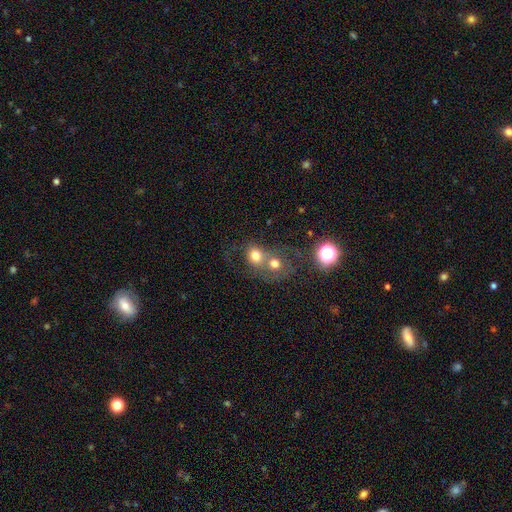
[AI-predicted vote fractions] Q: Smooth or featured?
A: smooth (70%); runner-up: featured or disk (16%)
Q: How rounded?
A: round (68%); runner-up: in between (31%)
Q: Merging?
A: merger (57%); runner-up: none (29%)